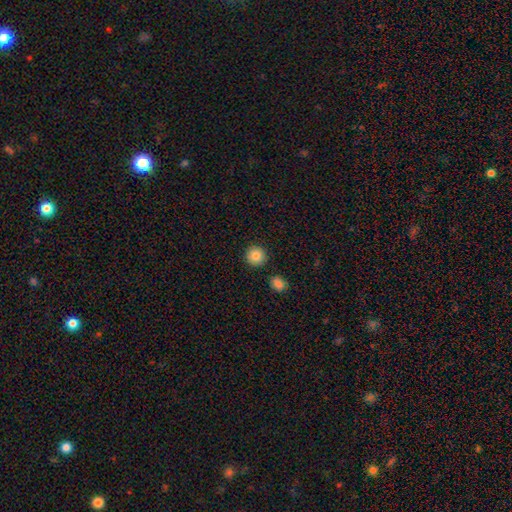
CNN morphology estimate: The model was most divided on "smooth or featured": smooth: 86%, star or artifact: 9%, featured or disk: 5%. More confident: how rounded — round (94%); merging — none (90%).